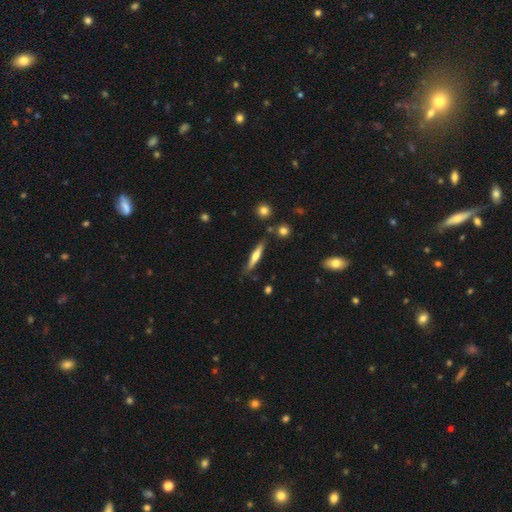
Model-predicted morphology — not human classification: smooth-or-featured: smooth: 50% | featured or disk: 44% | star or artifact: 6%
  merging: none: 81% | minor disturbance: 12% | merger: 4% | major disturbance: 3%